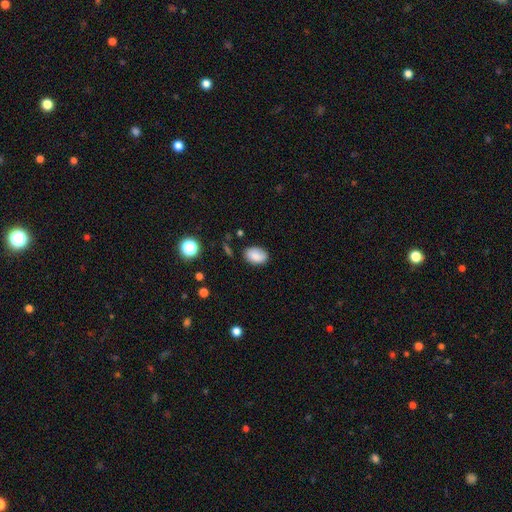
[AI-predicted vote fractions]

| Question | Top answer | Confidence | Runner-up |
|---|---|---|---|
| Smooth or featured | smooth | 85% | star or artifact (8%) |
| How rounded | in between | 85% | round (14%) |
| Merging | none | 78% | minor disturbance (17%) |